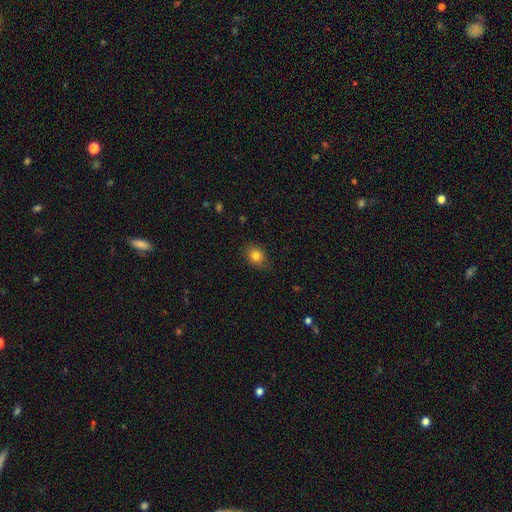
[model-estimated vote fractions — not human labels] Smooth or featured: smooth — 81% (star or artifact — 11%)
How rounded: in between — 50% (round — 49%)
Merging: none — 83% (minor disturbance — 13%)